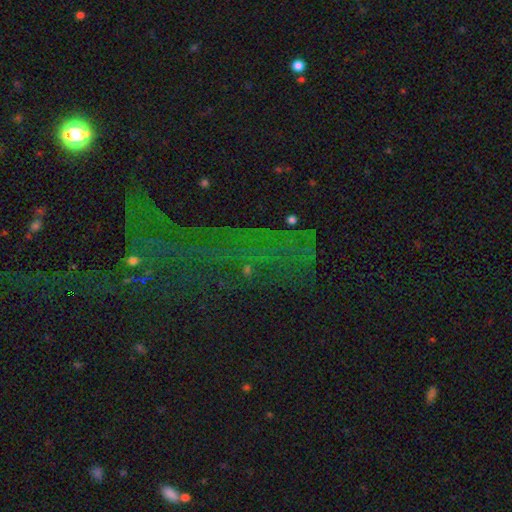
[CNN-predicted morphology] Smooth or featured? star or artifact (70%)